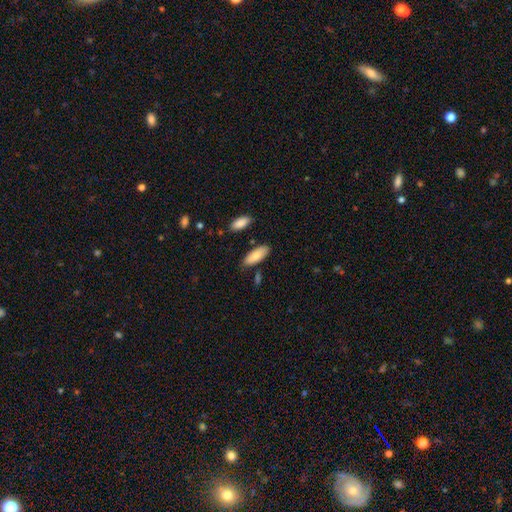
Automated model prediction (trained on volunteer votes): This appears to be a smooth galaxy with no disk features (84%) that is in between round and cigar-shaped (78%). Merging: none (80%).